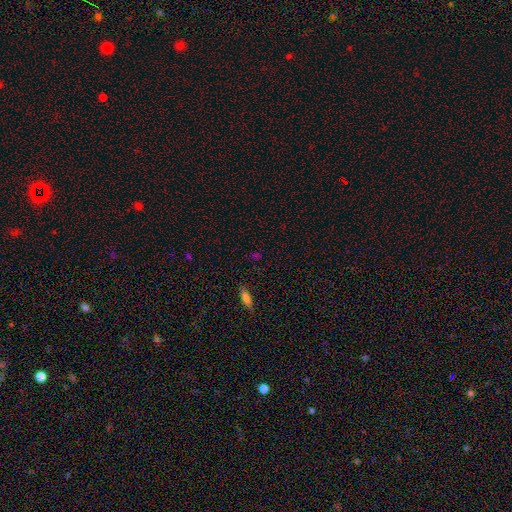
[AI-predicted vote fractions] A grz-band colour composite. It shows a smooth galaxy with no disk features (53%) that is in between round and cigar-shaped (47%). Merging: none (83%).